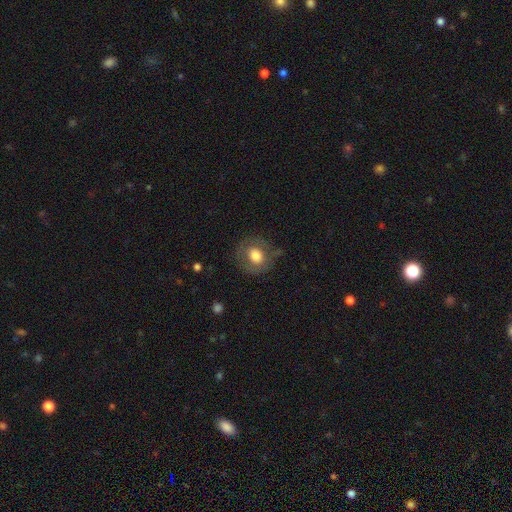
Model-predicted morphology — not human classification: This is likely a smooth galaxy (67%). How rounded: clearly round (80%). Merging: likely none (73%).